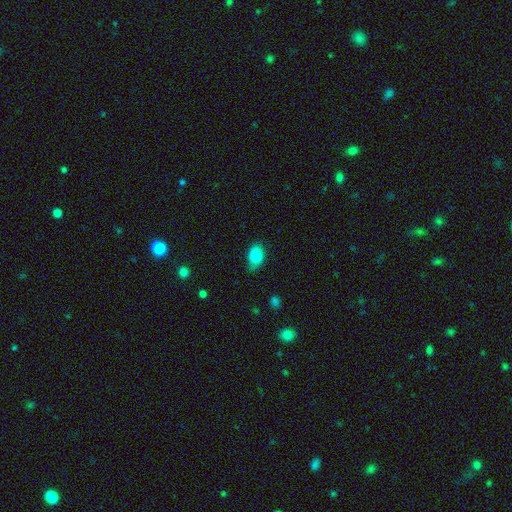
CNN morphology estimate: smooth_or_featured: smooth (p=0.86) [alt: star or artifact p=0.08]
how_rounded: in between (p=0.88) [alt: round p=0.11]
merging: none (p=0.61) [alt: minor disturbance p=0.31]